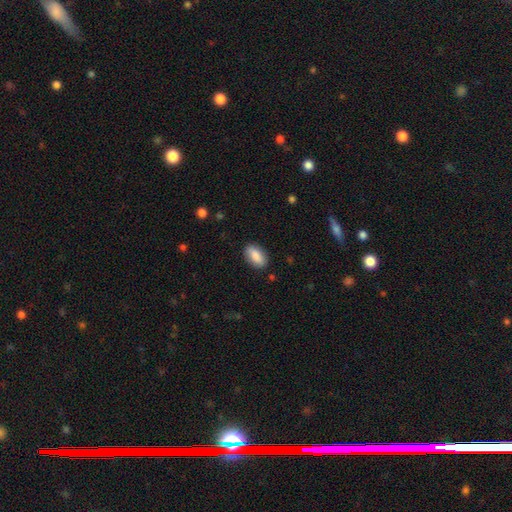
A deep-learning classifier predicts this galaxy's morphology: The model was most divided on "merging": none: 87%, minor disturbance: 10%, major disturbance: 3%, merger: 1%. More confident: how rounded — in between (92%); smooth or featured — smooth (86%).